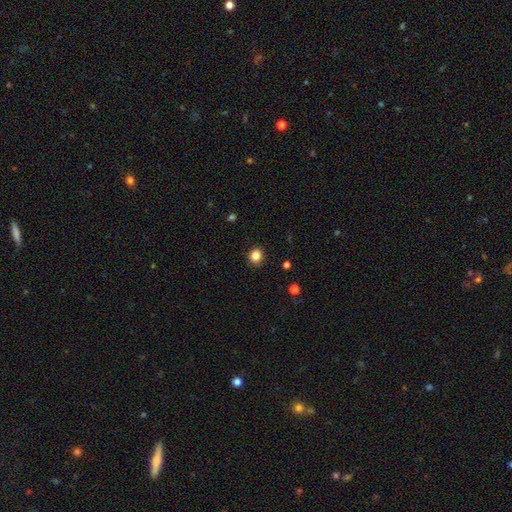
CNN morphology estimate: smooth 84%, star or artifact 11%, featured or disk 4%. Down the decision tree: how rounded — round (85%); merging — none (91%).